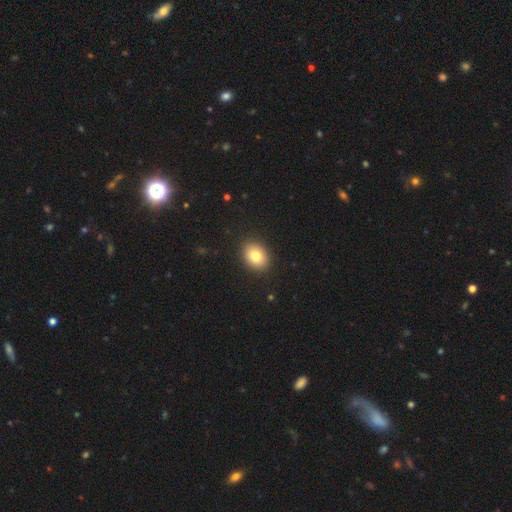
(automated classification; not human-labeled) Smooth or featured? smooth (81%)
How rounded? in between (55%)
Merging? none (90%)